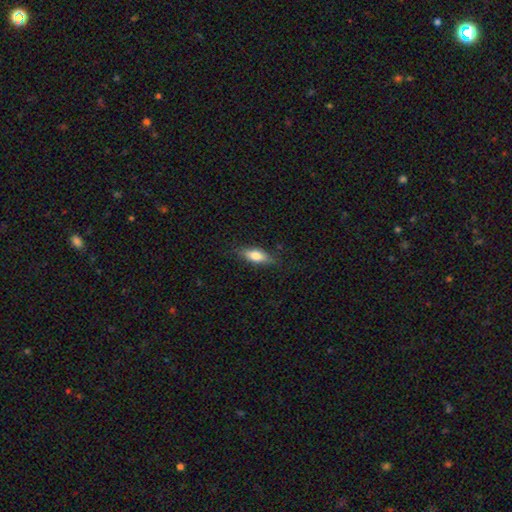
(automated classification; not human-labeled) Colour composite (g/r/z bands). It shows a smooth galaxy with no disk features (69%) that is in between round and cigar-shaped (62%). Merging: none (81%).